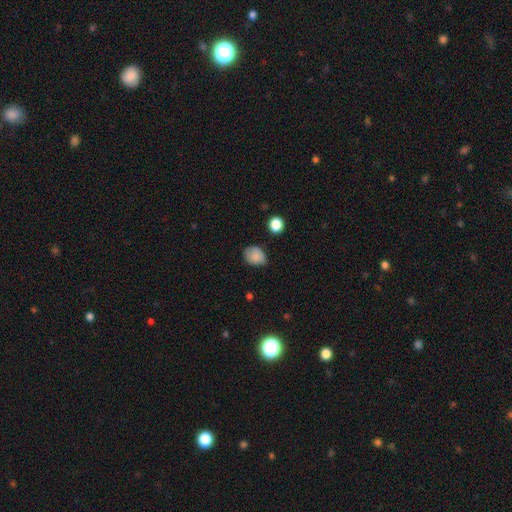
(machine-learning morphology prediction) Overall: smooth (82%). How rounded: round (53%; in between 46%). Merging: none (60%; minor disturbance 32%).